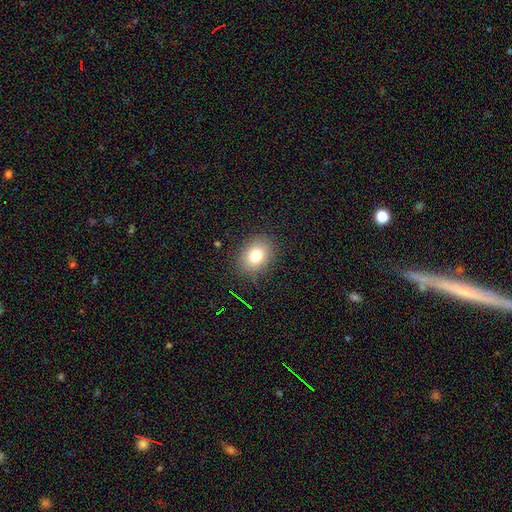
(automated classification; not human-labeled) smooth-or-featured: smooth: 79% | star or artifact: 12% | featured or disk: 10%
  how-rounded: in between: 61% | round: 38% | cigar-shaped: 1%
  merging: none: 85% | minor disturbance: 10% | major disturbance: 3% | merger: 1%